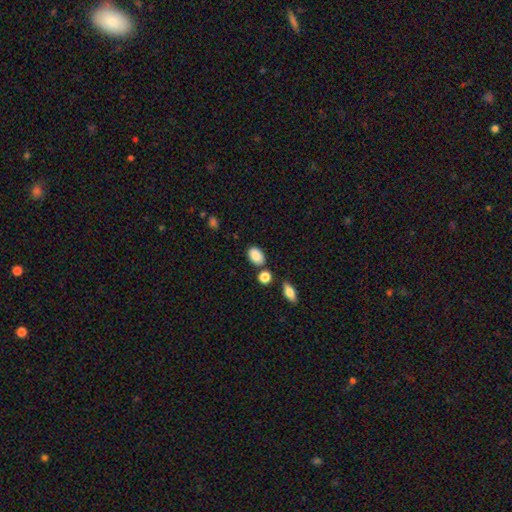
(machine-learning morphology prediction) Smooth or featured? Predicted: smooth (p=0.87). How rounded? Predicted: in between (p=0.86). Merging? Predicted: none (p=0.77).